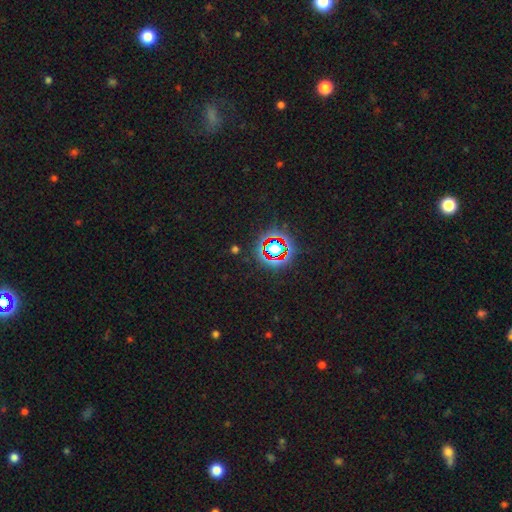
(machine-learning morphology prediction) Smooth or featured? star or artifact (80%)